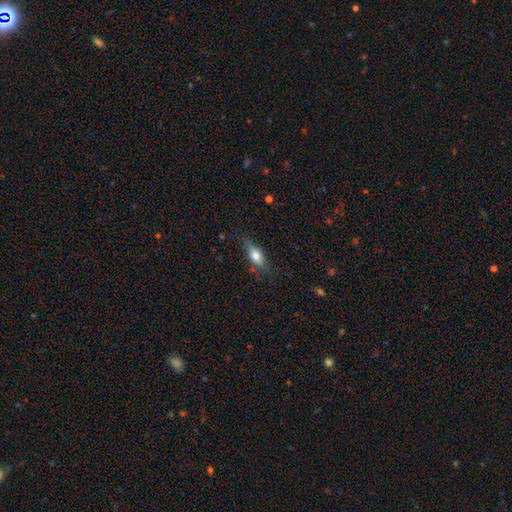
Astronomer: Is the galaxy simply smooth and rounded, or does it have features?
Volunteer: smooth — 67%.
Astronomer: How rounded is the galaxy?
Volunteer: in between — 58% (runner-up: cigar-shaped, 42%).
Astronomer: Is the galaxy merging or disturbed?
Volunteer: none — 84%.